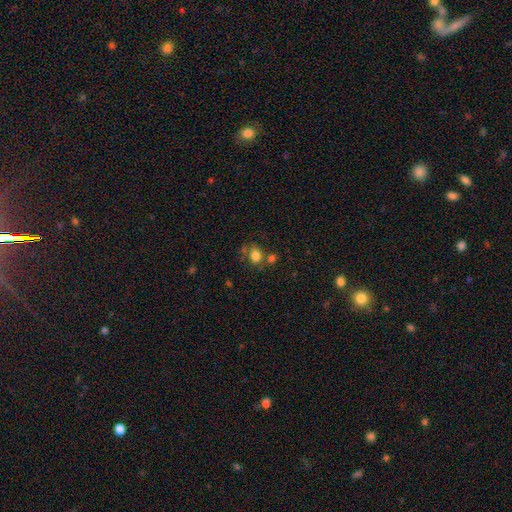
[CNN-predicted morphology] The model was most divided on "how rounded": in between: 51%, round: 48%, cigar-shaped: 1%. Remaining: smooth or featured — smooth (77%); merging — none (50%).